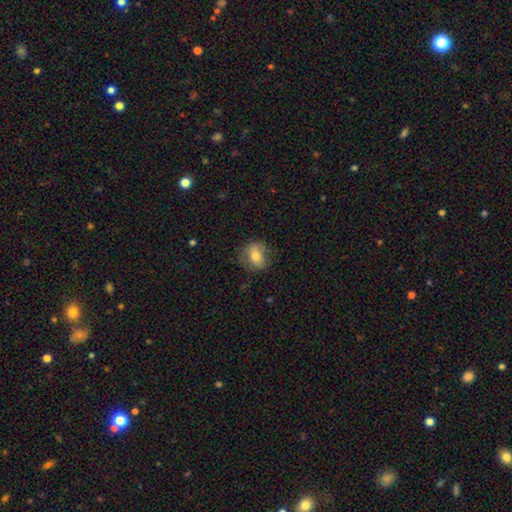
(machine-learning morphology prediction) A smooth galaxy with no disk features (68%) that is round (57%). Merging: none (70%).